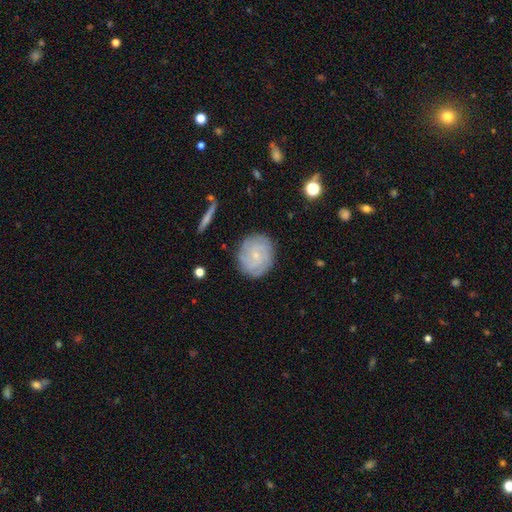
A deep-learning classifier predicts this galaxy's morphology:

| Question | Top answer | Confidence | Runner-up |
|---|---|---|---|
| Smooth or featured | featured or disk | 68% | smooth (25%) |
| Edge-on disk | no | 97% | yes (3%) |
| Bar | no | 77% | weak (20%) |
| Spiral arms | yes | 90% | no (10%) |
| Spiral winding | tight | 71% | medium (22%) |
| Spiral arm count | can't tell | 40% | 3 (18%) |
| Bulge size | small | 80% | moderate (15%) |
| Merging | none | 82% | minor disturbance (13%) |